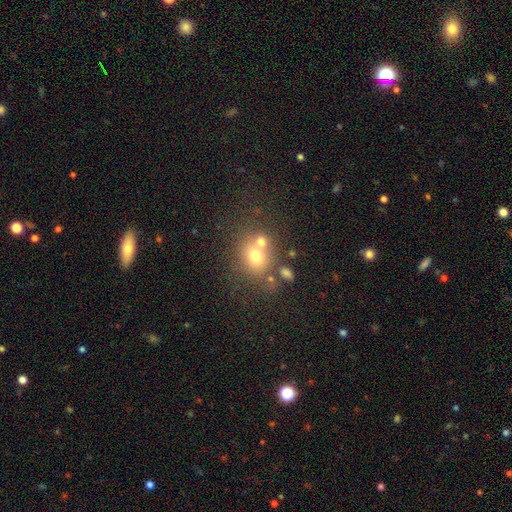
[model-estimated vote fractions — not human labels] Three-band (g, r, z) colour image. It shows a smooth galaxy with no disk features (67%) that is round (70%). Merging: none (49%).